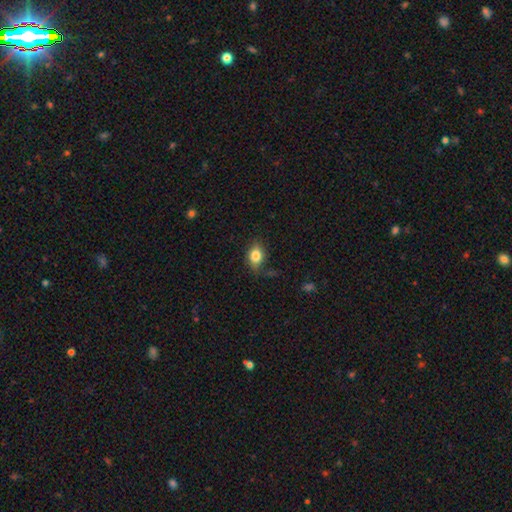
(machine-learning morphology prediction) Smooth or featured?
  - smooth: 82% *
  - star or artifact: 9%
  - featured or disk: 9%
How rounded?
  - in between: 68% *
  - round: 30%
  - cigar-shaped: 2%
Merging?
  - none: 73% *
  - minor disturbance: 19%
  - major disturbance: 5%
  - merger: 2%